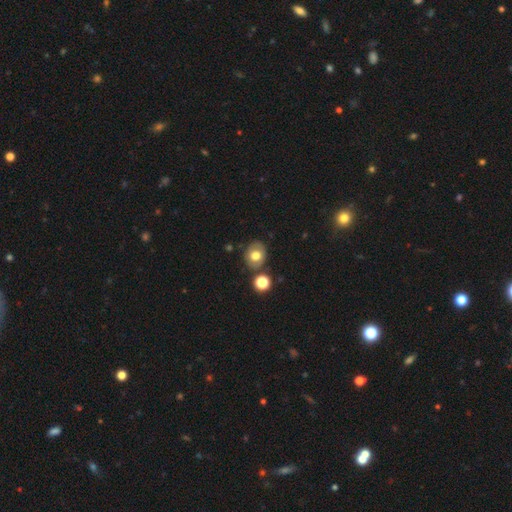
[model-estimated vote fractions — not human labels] Overall: smooth (69%). How rounded: round (59%; in between 40%). Merging: none (76%).